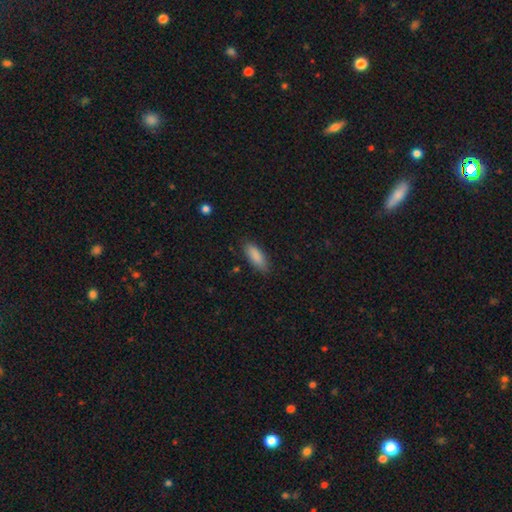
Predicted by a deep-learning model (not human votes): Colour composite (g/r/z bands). It shows a smooth galaxy with no disk features (88%) that is in between round and cigar-shaped (70%). Merging: none (84%).